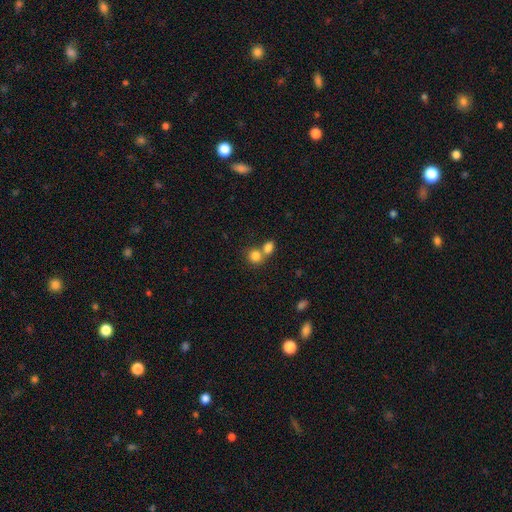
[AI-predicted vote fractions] Smooth or featured: smooth — 82% (star or artifact — 10%)
How rounded: round — 72% (in between — 27%)
Merging: merger — 53% (none — 38%)